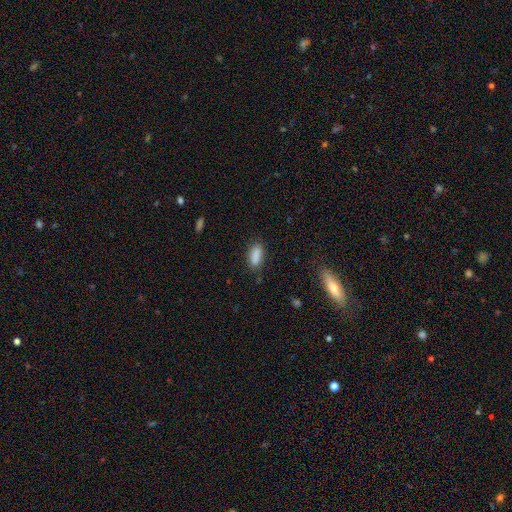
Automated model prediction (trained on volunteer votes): Smooth or featured: smooth — 87% (star or artifact — 8%)
How rounded: in between — 81% (cigar-shaped — 16%)
Merging: none — 79% (minor disturbance — 15%)